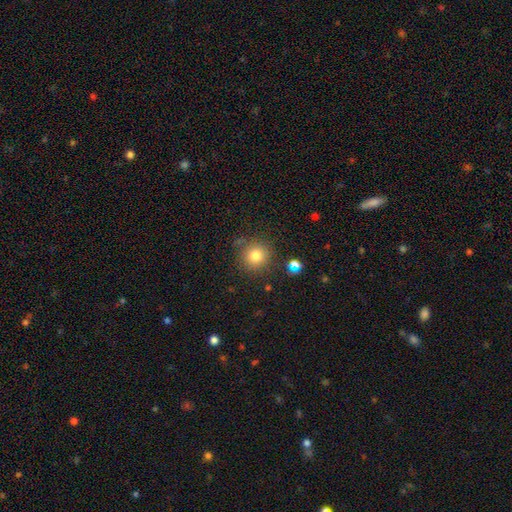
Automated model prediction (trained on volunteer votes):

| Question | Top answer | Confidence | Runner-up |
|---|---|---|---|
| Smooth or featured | smooth | 79% | star or artifact (13%) |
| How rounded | round | 93% | in between (6%) |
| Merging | none | 82% | minor disturbance (10%) |